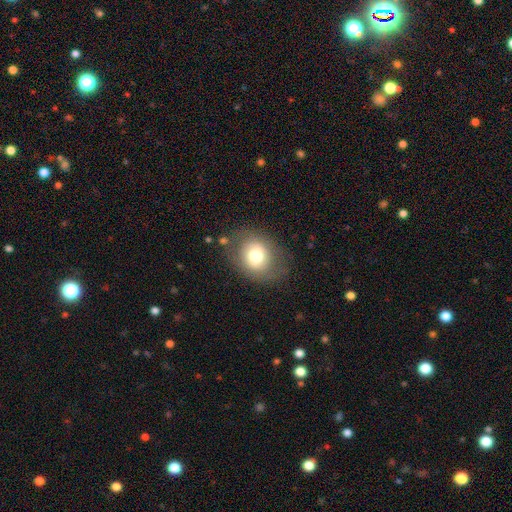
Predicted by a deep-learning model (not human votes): Overall: smooth (70%). How rounded: round (53%; in between 46%). Merging: none (76%).